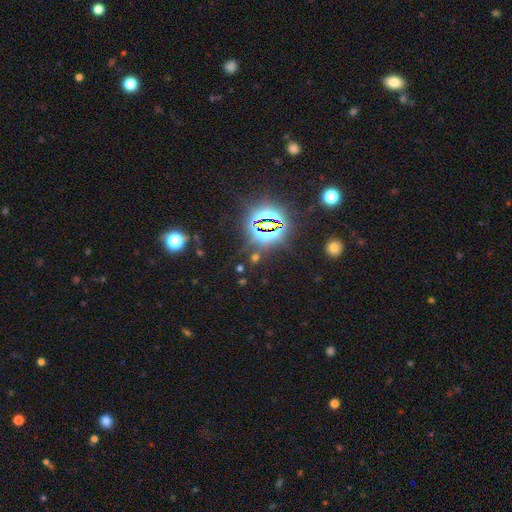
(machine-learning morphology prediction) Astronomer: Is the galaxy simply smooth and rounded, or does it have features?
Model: star or artifact — 79%.